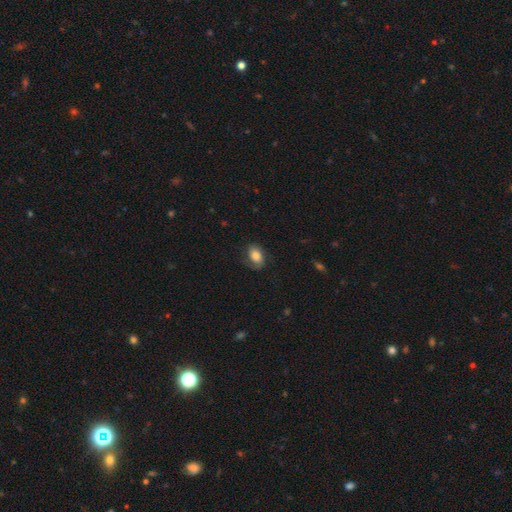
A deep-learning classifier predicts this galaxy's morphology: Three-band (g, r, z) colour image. It shows a smooth galaxy with no disk features (68%) that is in between round and cigar-shaped (82%). Merging: none (68%).